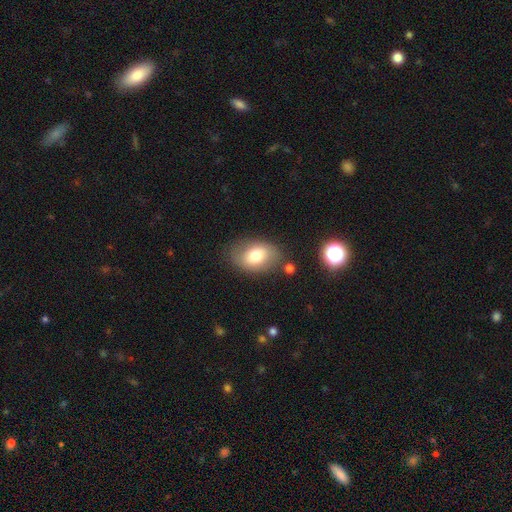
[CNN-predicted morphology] Smooth or featured: smooth — 72% (featured or disk — 19%)
How rounded: in between — 84% (round — 14%)
Merging: none — 76% (minor disturbance — 15%)